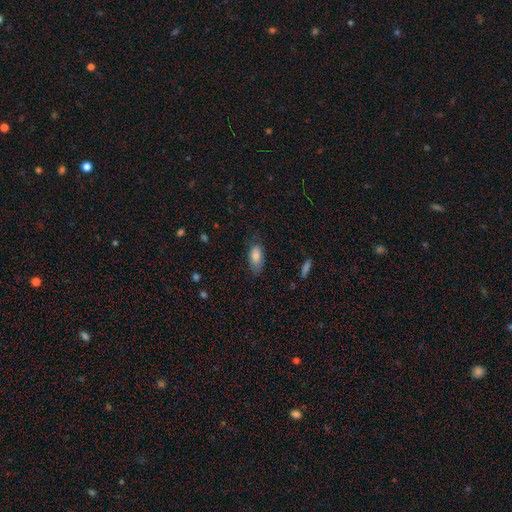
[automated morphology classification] Smooth or featured? smooth (83%)
How rounded? in between (90%)
Merging? none (68%)